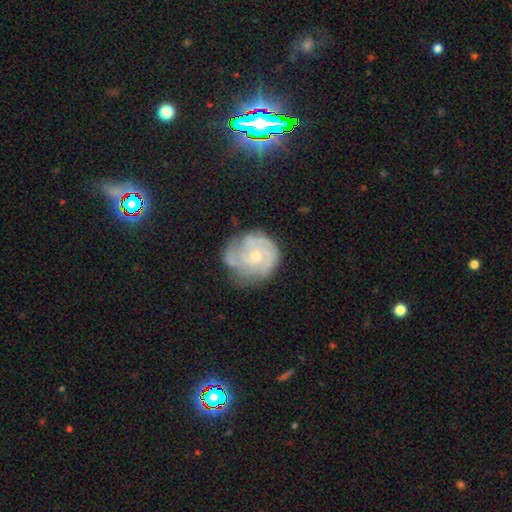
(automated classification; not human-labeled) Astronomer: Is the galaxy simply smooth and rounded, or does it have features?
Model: featured or disk — 79%.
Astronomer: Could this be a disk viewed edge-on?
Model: no — 98%.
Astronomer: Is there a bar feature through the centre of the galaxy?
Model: no — 75%.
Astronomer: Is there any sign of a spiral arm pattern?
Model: yes — 91%.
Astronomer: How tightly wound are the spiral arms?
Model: tight — 62%.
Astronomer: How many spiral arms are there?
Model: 3 — 32% (runner-up: can't tell, 28%).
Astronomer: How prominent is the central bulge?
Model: small — 55% (runner-up: moderate, 41%).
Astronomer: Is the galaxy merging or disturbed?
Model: none — 62%.